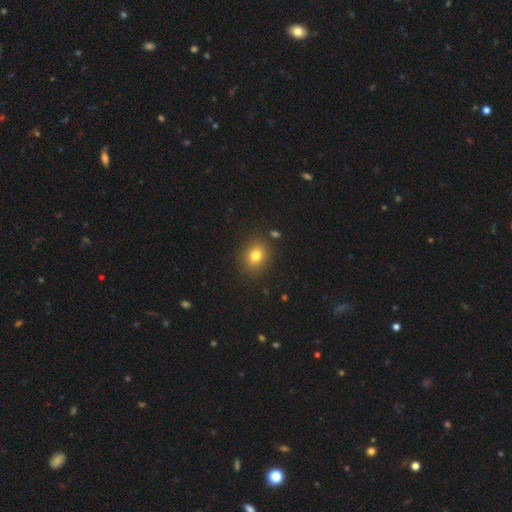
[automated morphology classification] Q: Smooth or featured?
A: smooth (78%); runner-up: star or artifact (13%)
Q: How rounded?
A: round (59%); runner-up: in between (40%)
Q: Merging?
A: none (85%); runner-up: minor disturbance (9%)